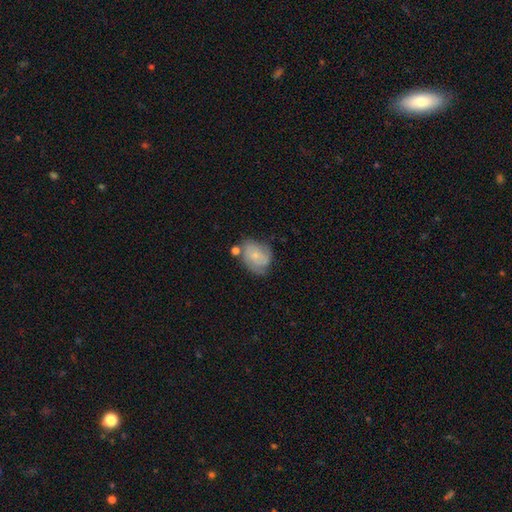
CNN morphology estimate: type=featured or disk (46%, tied with smooth); merging=none (50%).